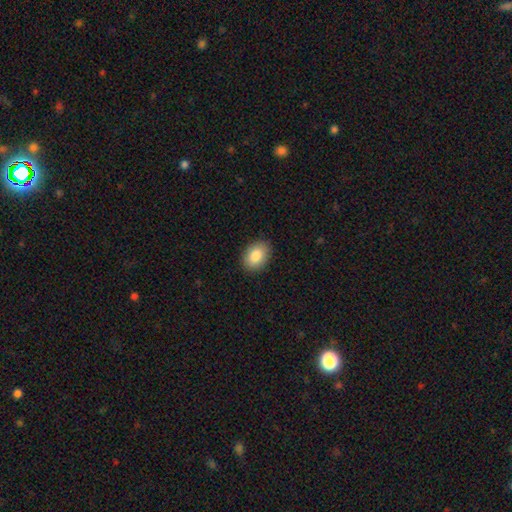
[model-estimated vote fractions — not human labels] A smooth galaxy with no disk features (86%) that is in between round and cigar-shaped (81%).

Vote fractions:
- Smooth or featured? smooth: 86% / featured or disk: 7% / star or artifact: 7%
- How rounded? in between: 81% / round: 18% / cigar-shaped: 1%
- Merging? none: 88% / minor disturbance: 9% / major disturbance: 2% / merger: 1%